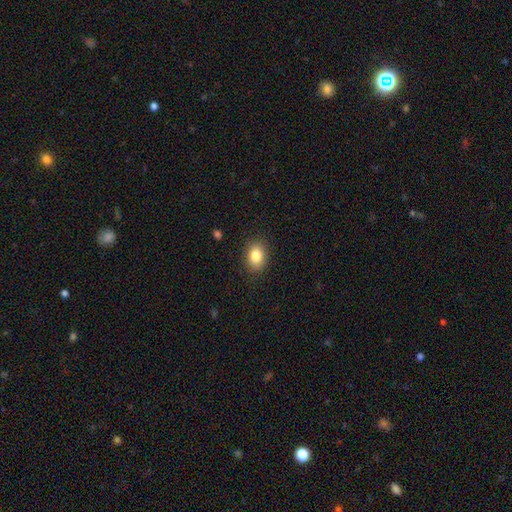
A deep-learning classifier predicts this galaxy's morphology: Q: Smooth or featured?
A: smooth (84%); runner-up: star or artifact (9%)
Q: How rounded?
A: in between (67%); runner-up: round (32%)
Q: Merging?
A: none (87%); runner-up: minor disturbance (9%)